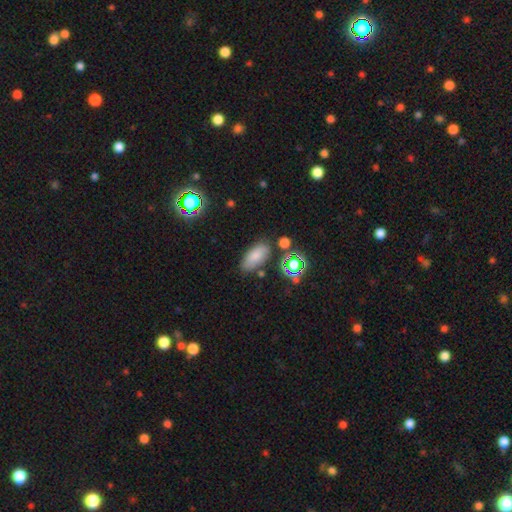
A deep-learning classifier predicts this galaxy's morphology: smooth-or-featured: smooth: 77% | star or artifact: 12% | featured or disk: 11%
  how-rounded: in between: 88% | cigar-shaped: 8% | round: 5%
  merging: none: 75% | minor disturbance: 15% | merger: 6% | major disturbance: 4%